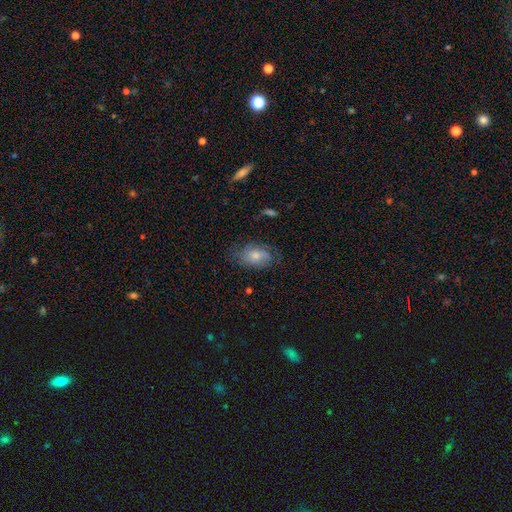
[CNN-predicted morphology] Smooth or featured: smooth — 59% (featured or disk — 33%)
How rounded: in between — 85% (round — 13%)
Merging: none — 63% (minor disturbance — 25%)